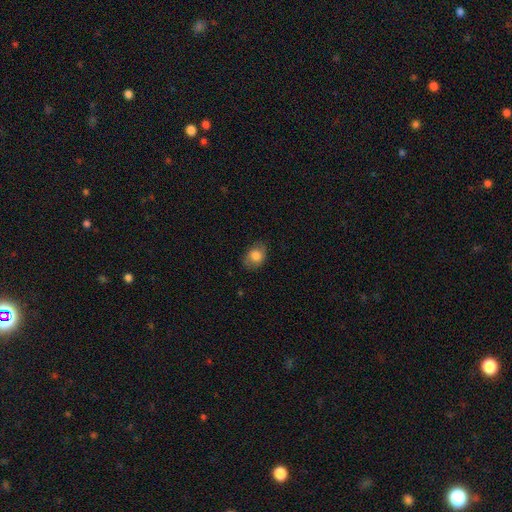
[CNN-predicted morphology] Smooth or featured?
  - smooth: 81% *
  - featured or disk: 11%
  - star or artifact: 9%
How rounded?
  - in between: 60% *
  - round: 39%
  - cigar-shaped: 1%
Merging?
  - none: 76% *
  - minor disturbance: 18%
  - major disturbance: 5%
  - merger: 1%